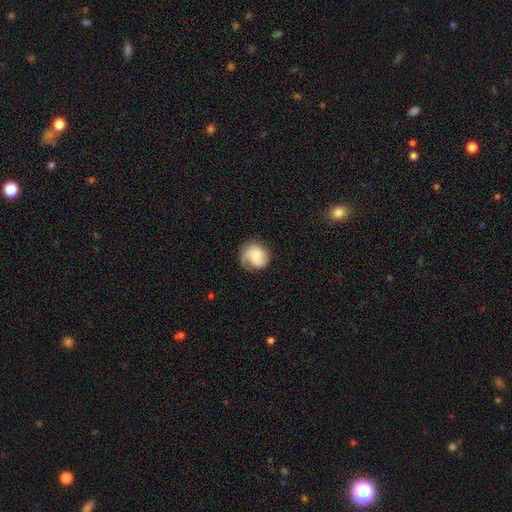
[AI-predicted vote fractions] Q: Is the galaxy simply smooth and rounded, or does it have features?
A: smooth — 58%.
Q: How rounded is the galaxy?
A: round — 76%.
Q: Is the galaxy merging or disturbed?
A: none — 55%.